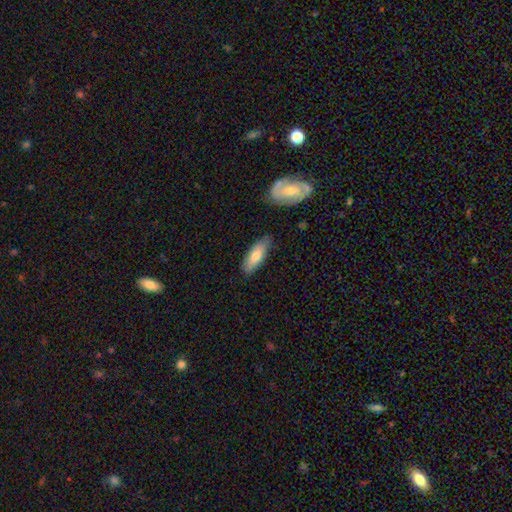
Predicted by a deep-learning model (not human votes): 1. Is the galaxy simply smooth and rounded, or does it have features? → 74% smooth, 20% featured or disk, 6% star or artifact.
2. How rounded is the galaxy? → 63% in between, 35% cigar-shaped, 2% round.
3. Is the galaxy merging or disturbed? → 80% none, 15% minor disturbance, 3% major disturbance, 3% merger.